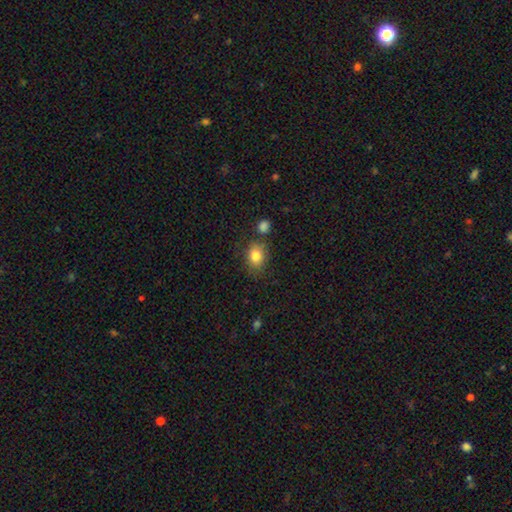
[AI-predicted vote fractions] A smooth galaxy with no disk features (82%) that is in between round and cigar-shaped (59%).

Vote fractions:
- Smooth or featured? smooth: 82% / star or artifact: 10% / featured or disk: 8%
- How rounded? in between: 59% / round: 40% / cigar-shaped: 1%
- Merging? none: 74% / minor disturbance: 15% / merger: 8% / major disturbance: 4%